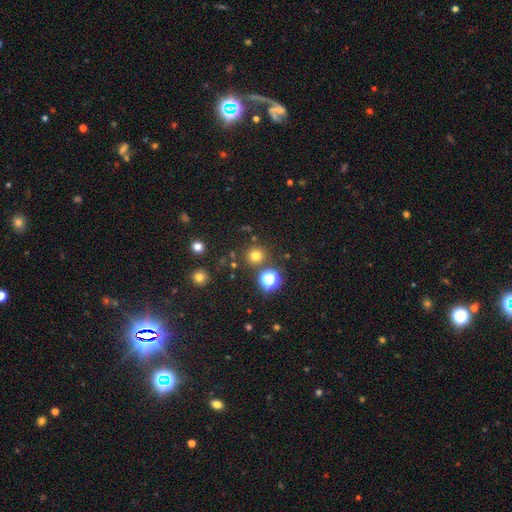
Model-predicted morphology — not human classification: Smooth or featured: smooth — 73% (star or artifact — 21%)
How rounded: round — 93% (in between — 6%)
Merging: none — 84% (minor disturbance — 7%)